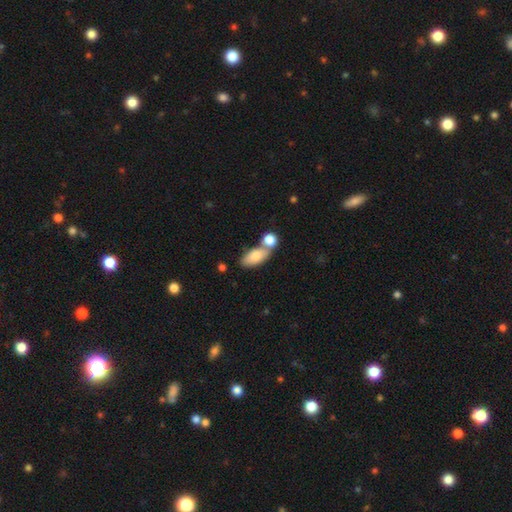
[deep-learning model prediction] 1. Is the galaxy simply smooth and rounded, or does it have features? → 80% smooth, 13% featured or disk, 7% star or artifact.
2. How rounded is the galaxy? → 87% in between, 8% cigar-shaped, 5% round.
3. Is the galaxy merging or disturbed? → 48% none, 35% merger, 13% minor disturbance, 5% major disturbance.